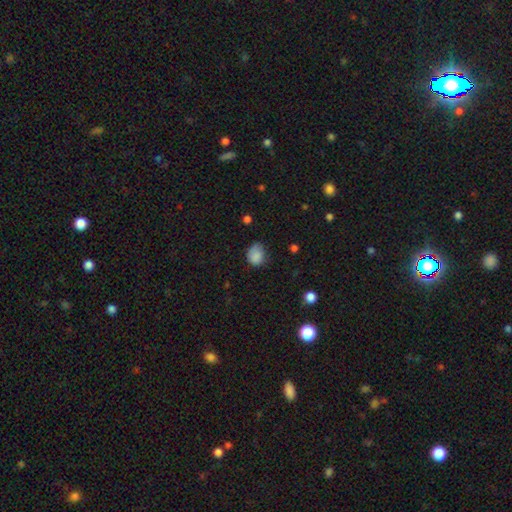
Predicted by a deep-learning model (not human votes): Smooth or featured?
  - smooth: 84% *
  - star or artifact: 9%
  - featured or disk: 7%
How rounded?
  - round: 55% *
  - in between: 44%
  - cigar-shaped: 1%
Merging?
  - none: 54% *
  - minor disturbance: 35%
  - major disturbance: 9%
  - merger: 2%